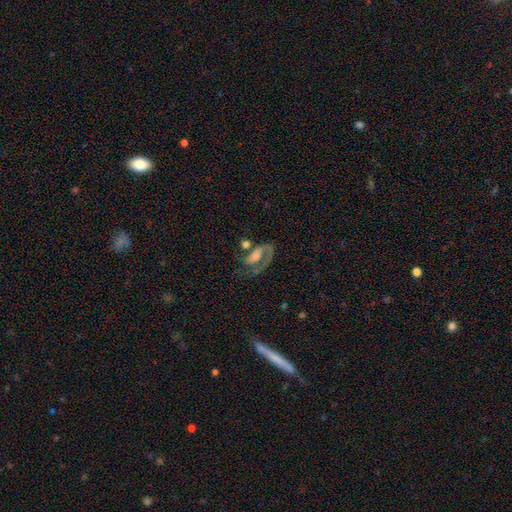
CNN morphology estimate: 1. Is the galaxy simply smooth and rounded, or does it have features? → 75% featured or disk, 16% smooth, 9% star or artifact.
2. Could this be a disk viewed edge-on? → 96% no, 4% yes.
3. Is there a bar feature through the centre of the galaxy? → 45% no, 36% weak, 19% strong.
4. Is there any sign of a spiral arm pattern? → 87% yes, 13% no.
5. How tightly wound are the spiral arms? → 41% medium, 35% tight, 24% loose.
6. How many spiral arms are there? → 62% 1, 29% 2, 6% can't tell, 1% 3, 1% 4, 1% more than 4.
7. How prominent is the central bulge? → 34% moderate, 28% small, 19% none, 16% large, 3% dominant.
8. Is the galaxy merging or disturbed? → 40% none, 28% major disturbance, 16% merger, 16% minor disturbance.